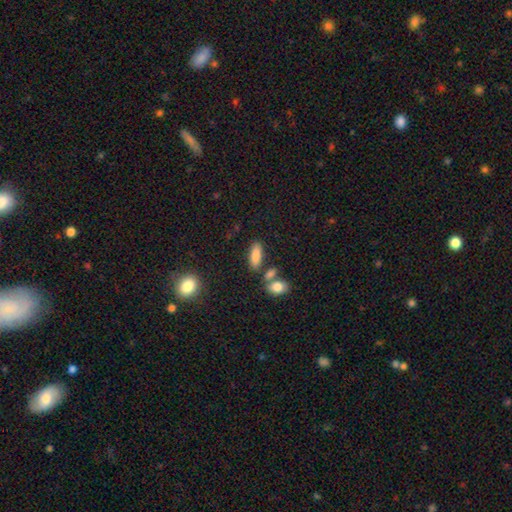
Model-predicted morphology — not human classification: Q: Smooth or featured?
A: smooth (82%); runner-up: featured or disk (9%)
Q: How rounded?
A: in between (74%); runner-up: cigar-shaped (23%)
Q: Merging?
A: none (72%); runner-up: merger (13%)